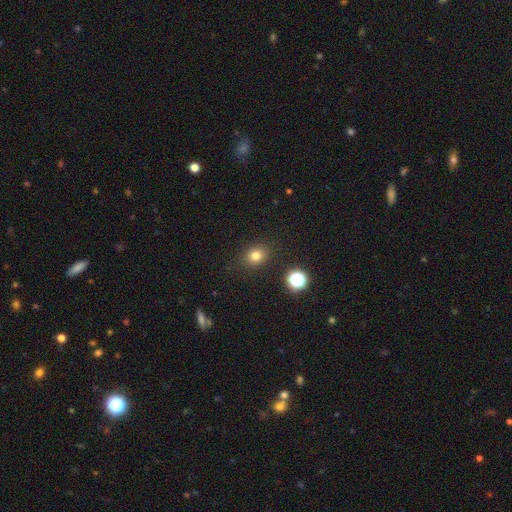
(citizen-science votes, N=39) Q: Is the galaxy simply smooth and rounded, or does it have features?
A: smooth — 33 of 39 (85%).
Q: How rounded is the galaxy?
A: round — 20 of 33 (61%).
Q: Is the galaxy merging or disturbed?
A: none — 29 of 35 (83%).